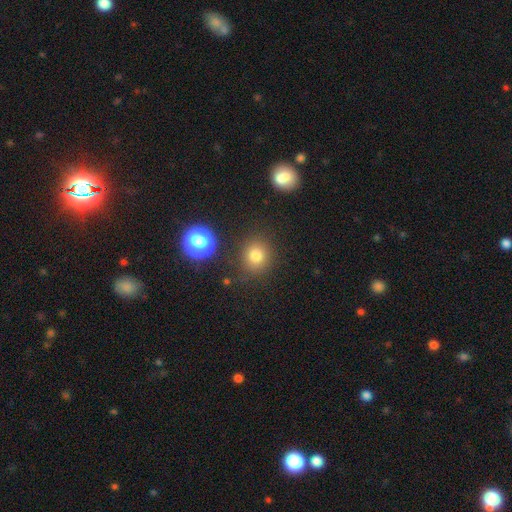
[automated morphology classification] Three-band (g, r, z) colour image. It shows a smooth galaxy with no disk features (78%) that is round (87%). Merging: none (83%).